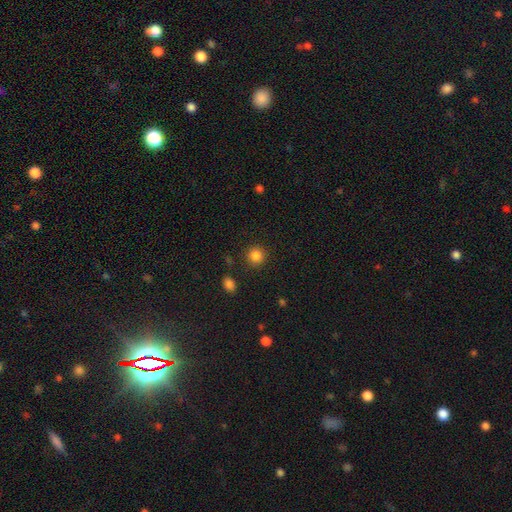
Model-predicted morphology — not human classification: A smooth galaxy with no disk features (85%) that is round (92%).

Vote fractions:
- Smooth or featured? smooth: 85% / star or artifact: 11% / featured or disk: 4%
- How rounded? round: 92% / in between: 7% / cigar-shaped: 1%
- Merging? none: 89% / minor disturbance: 6% / major disturbance: 2% / merger: 2%